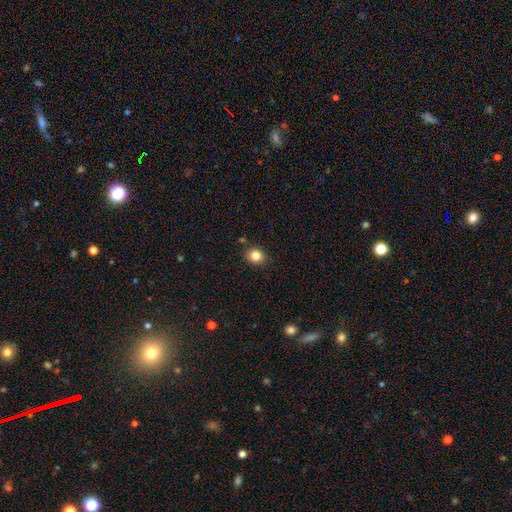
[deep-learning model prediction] Morphology: type=smooth (83%); roundness=round (68%); merging=none (85%).